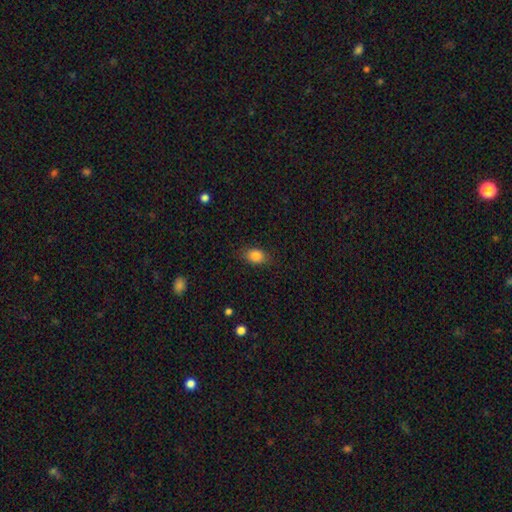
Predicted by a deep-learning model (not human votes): This appears to be a smooth galaxy with no disk features (84%) that is in between round and cigar-shaped (73%). Merging: none (81%).